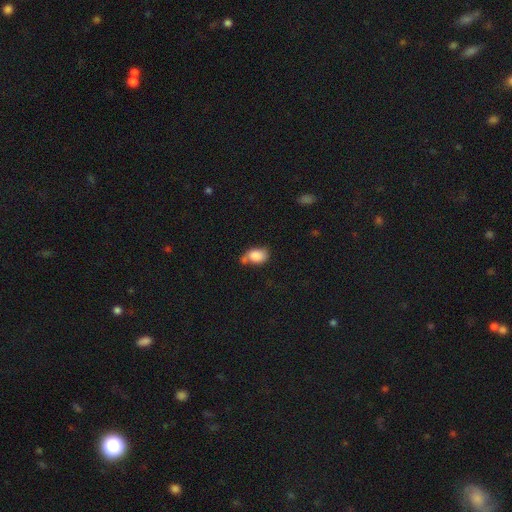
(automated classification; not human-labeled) smooth 83%, featured or disk 9%, star or artifact 8%. Down the decision tree: how rounded — in between (81%); merging — none (38%).